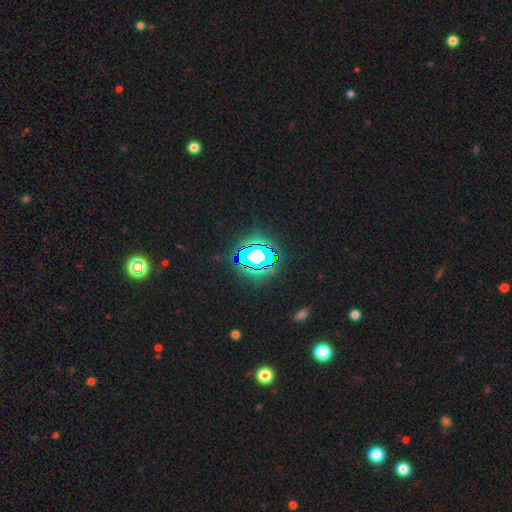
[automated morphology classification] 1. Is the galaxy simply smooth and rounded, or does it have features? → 63% star or artifact, 20% smooth, 17% featured or disk.